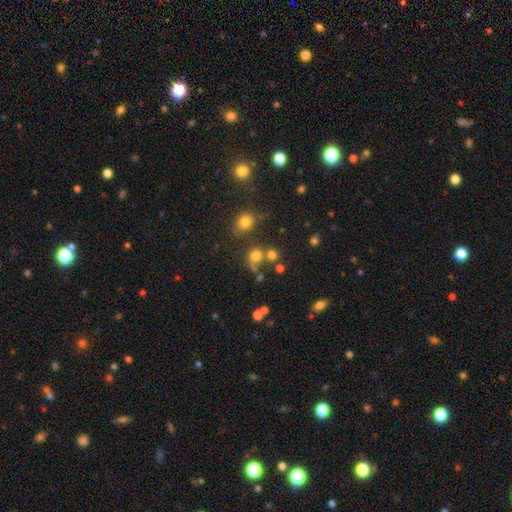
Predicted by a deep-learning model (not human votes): This is likely a smooth galaxy (72%). How rounded: likely round (79%). Merging: possibly none (54%).